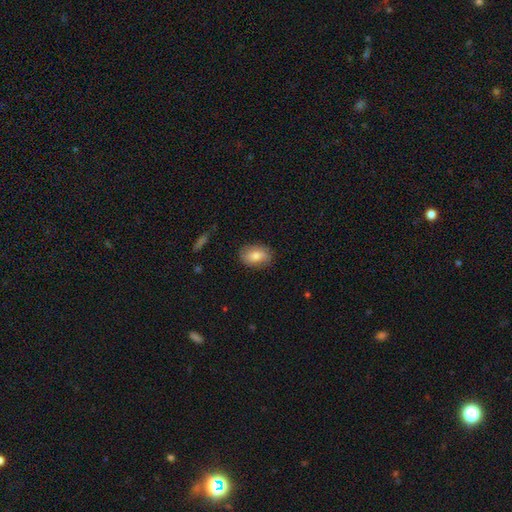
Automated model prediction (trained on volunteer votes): smooth-or-featured: smooth: 72% | featured or disk: 21% | star or artifact: 7%
  how-rounded: in between: 83% | round: 16% | cigar-shaped: 2%
  merging: none: 78% | minor disturbance: 17% | major disturbance: 4% | merger: 1%